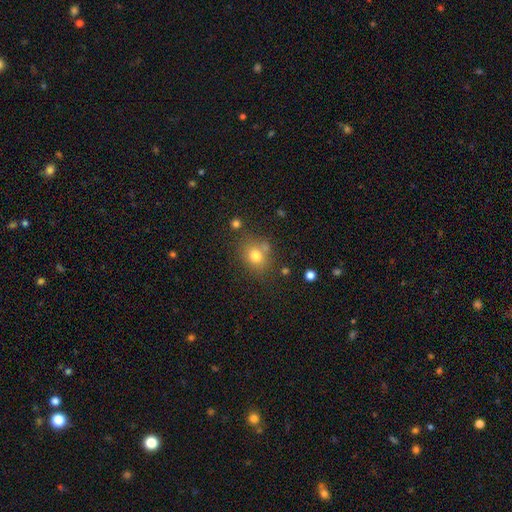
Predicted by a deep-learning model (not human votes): smooth-or-featured: smooth: 77% | star or artifact: 13% | featured or disk: 10%
  how-rounded: round: 61% | in between: 38% | cigar-shaped: 1%
  merging: none: 67% | minor disturbance: 16% | merger: 12% | major disturbance: 5%